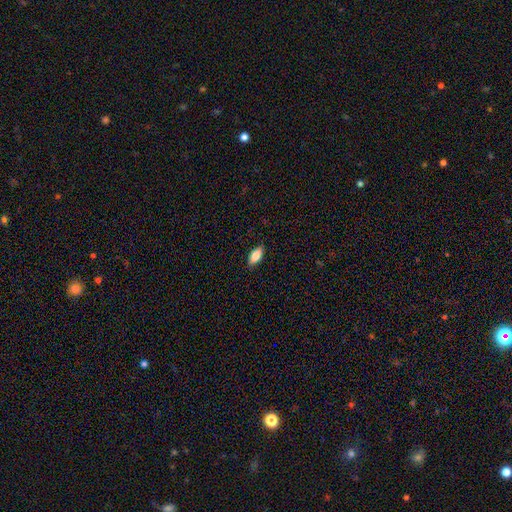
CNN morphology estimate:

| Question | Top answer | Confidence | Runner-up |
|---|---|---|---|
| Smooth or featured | smooth | 81% | featured or disk (12%) |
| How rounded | in between | 86% | cigar-shaped (12%) |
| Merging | none | 86% | minor disturbance (11%) |